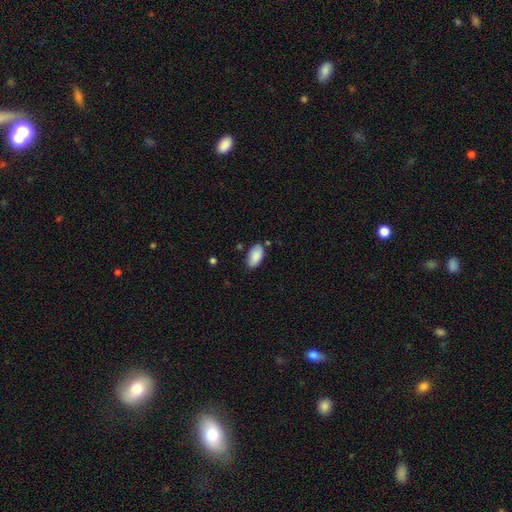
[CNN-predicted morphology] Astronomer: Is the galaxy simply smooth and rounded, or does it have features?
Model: smooth — 87%.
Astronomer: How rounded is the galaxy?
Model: in between — 95%.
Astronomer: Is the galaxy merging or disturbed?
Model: none — 75%.